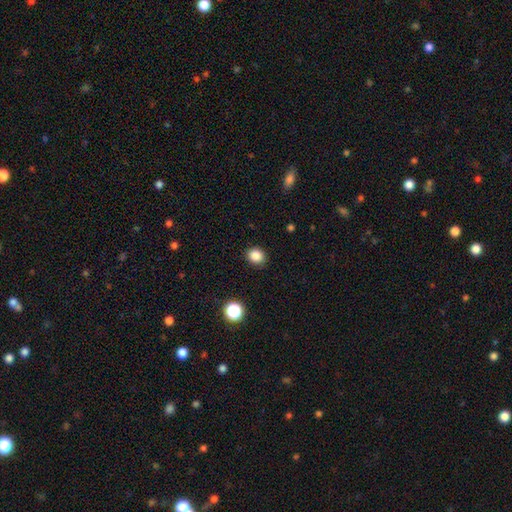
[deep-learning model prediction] This is clearly a smooth galaxy (85%). How rounded: likely round (66%). Merging: clearly none (89%).